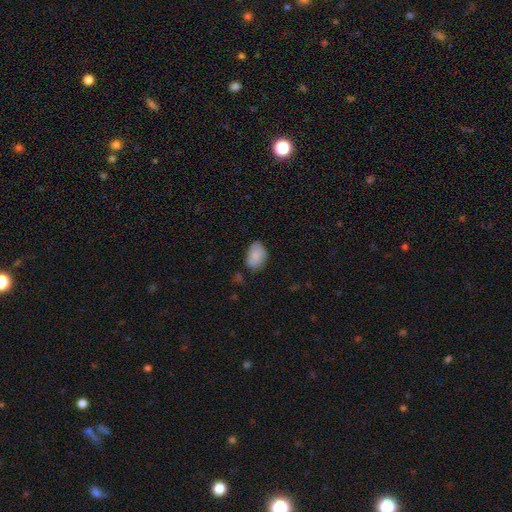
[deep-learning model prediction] Q: Smooth or featured?
A: smooth (84%); runner-up: featured or disk (9%)
Q: How rounded?
A: in between (83%); runner-up: round (16%)
Q: Merging?
A: none (61%); runner-up: minor disturbance (29%)